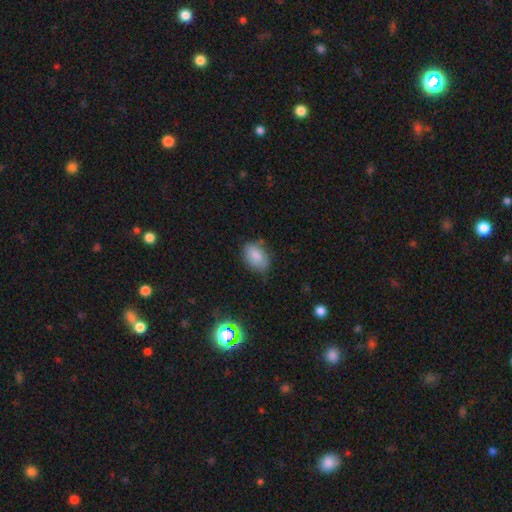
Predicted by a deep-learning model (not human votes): This is clearly a smooth galaxy (84%). How rounded: clearly in between (87%). Merging: likely none (69%).